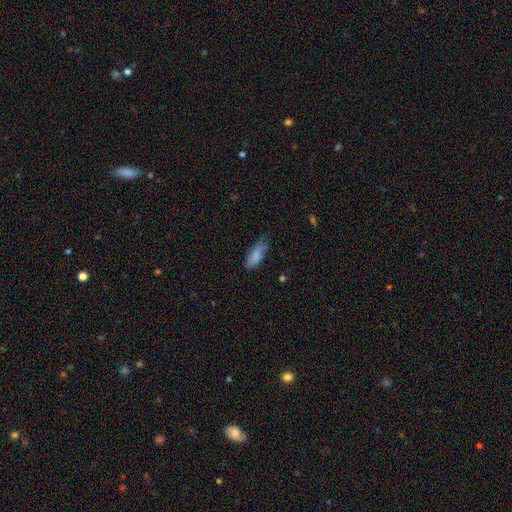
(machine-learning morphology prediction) This appears to be a smooth galaxy with no disk features (82%) that is in between round and cigar-shaped (80%). Merging: none (52%).